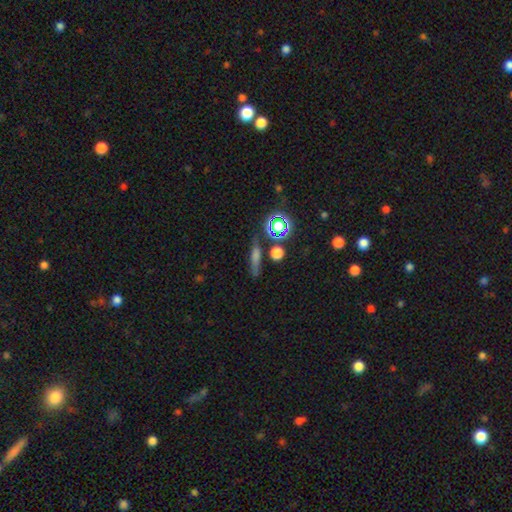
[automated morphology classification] This appears to be a smooth galaxy with no disk features (52%) that is cigar-shaped (66%). Merging: none (77%).